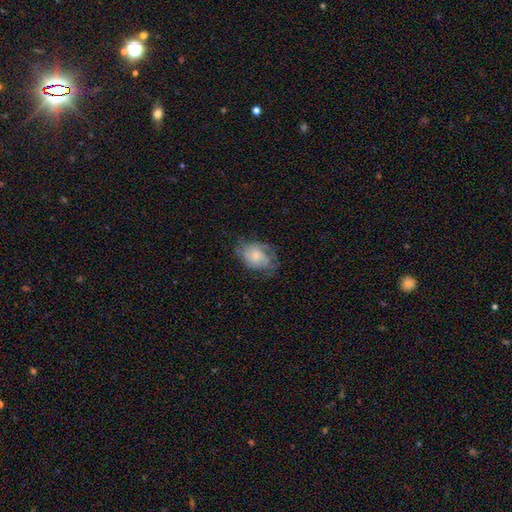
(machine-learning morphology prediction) This appears to be a featured or disk galaxy (51%). Merging: none (54%).